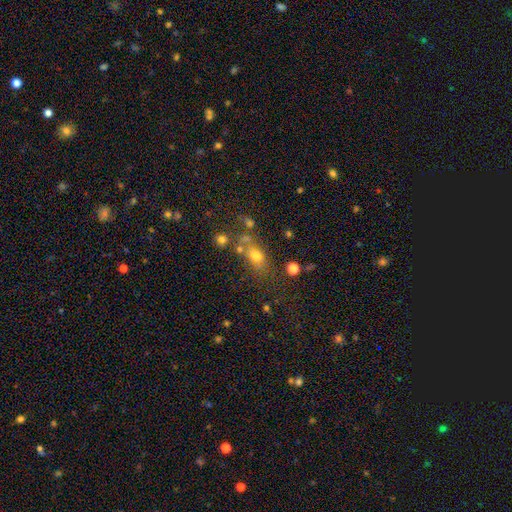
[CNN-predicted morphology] smooth 62%, star or artifact 20%, featured or disk 18%. Down the decision tree: how rounded — in between (66%); merging — none (50%).